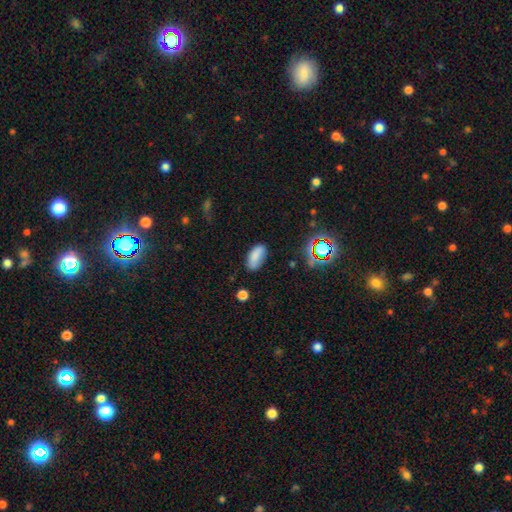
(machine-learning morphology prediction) Smooth or featured?
  - smooth: 81% *
  - star or artifact: 11%
  - featured or disk: 8%
How rounded?
  - in between: 89% *
  - cigar-shaped: 8%
  - round: 3%
Merging?
  - none: 74% *
  - minor disturbance: 19%
  - major disturbance: 5%
  - merger: 2%